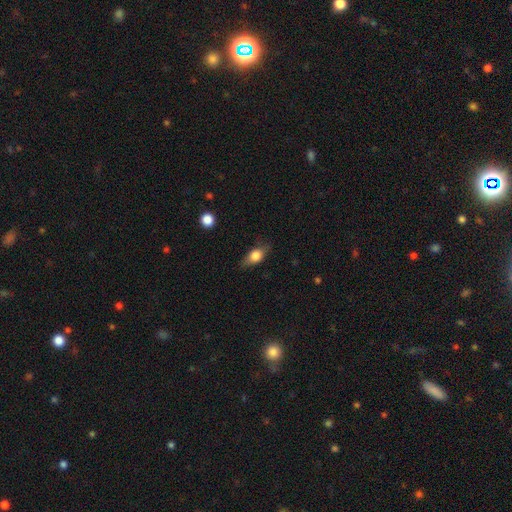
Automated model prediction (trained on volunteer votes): This appears to be a smooth galaxy with no disk features (69%) that is in between round and cigar-shaped (74%). Merging: none (74%).